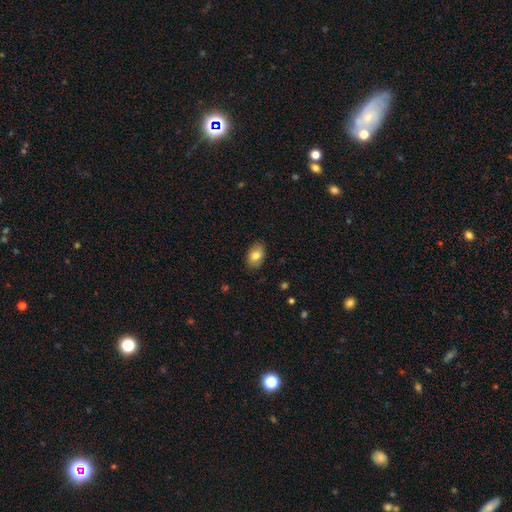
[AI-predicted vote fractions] This appears to be a smooth galaxy with no disk features (79%) that is in between round and cigar-shaped (87%). Merging: none (84%).